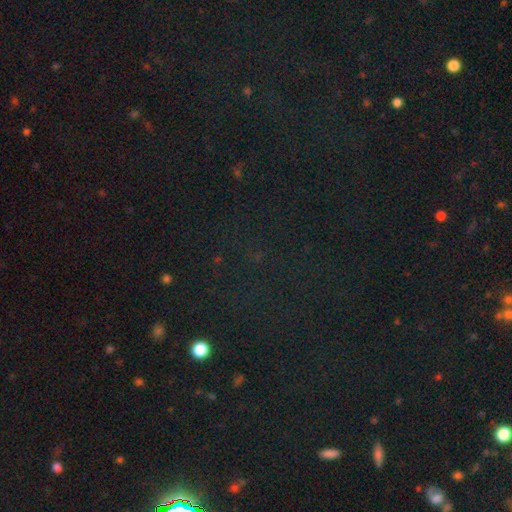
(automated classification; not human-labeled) The model was most divided on "smooth or featured": star or artifact: 79%, smooth: 14%, featured or disk: 7%.